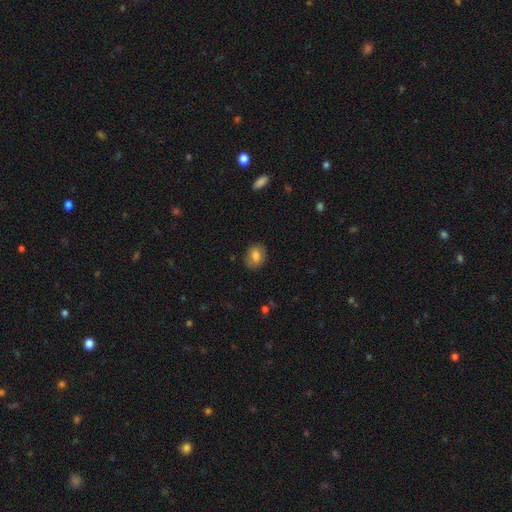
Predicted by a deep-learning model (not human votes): A smooth galaxy with no disk features (76%) that is in between round and cigar-shaped (55%).

Vote fractions:
- Smooth or featured? smooth: 76% / featured or disk: 15% / star or artifact: 8%
- How rounded? in between: 55% / round: 44% / cigar-shaped: 1%
- Merging? none: 83% / minor disturbance: 12% / major disturbance: 3% / merger: 1%